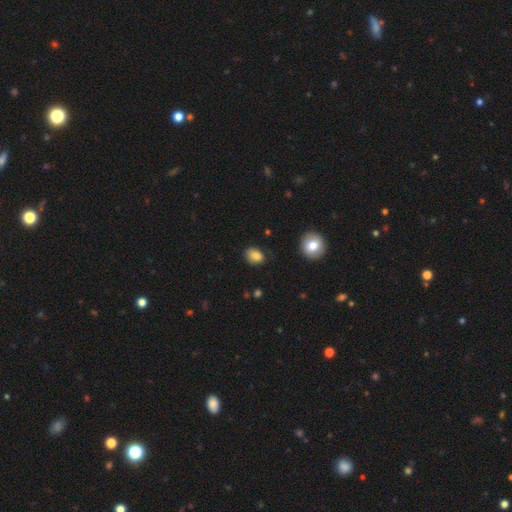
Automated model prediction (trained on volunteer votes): Smooth or featured: smooth — 83% (star or artifact — 10%)
How rounded: in between — 61% (round — 38%)
Merging: none — 77% (minor disturbance — 18%)